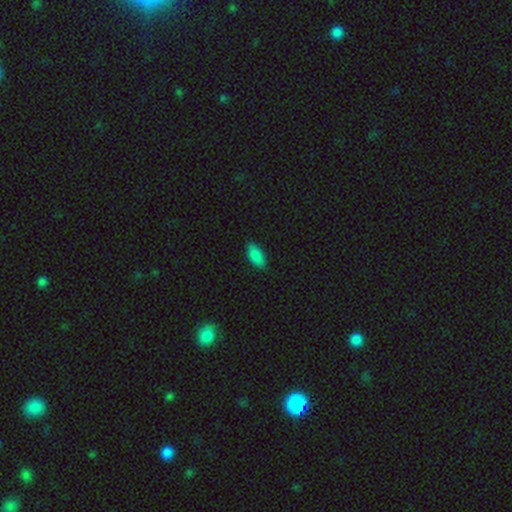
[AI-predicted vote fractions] Overall: smooth (88%). How rounded: in between (89%). Merging: none (85%).